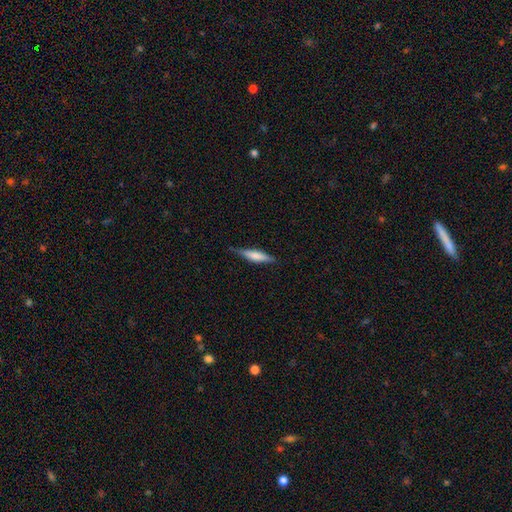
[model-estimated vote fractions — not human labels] A smooth galaxy with no disk features (55%) that is cigar-shaped (78%). Merging: none (80%).